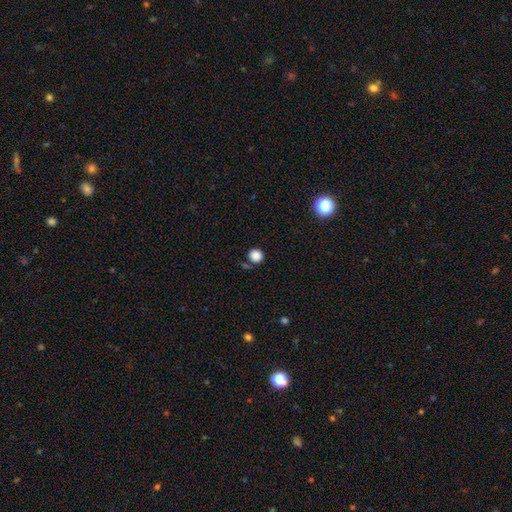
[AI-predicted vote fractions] This is clearly a smooth galaxy (86%). How rounded: clearly round (91%). Merging: clearly none (82%).